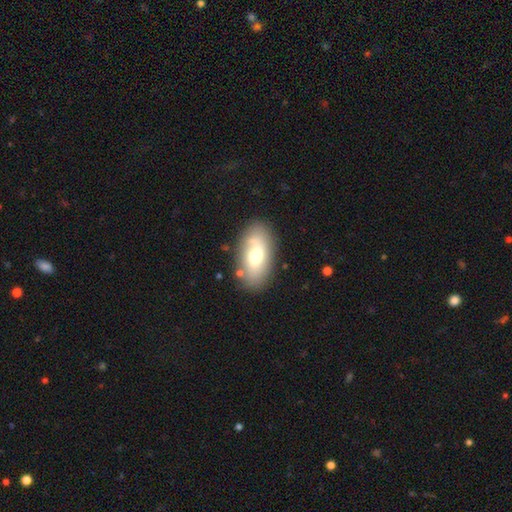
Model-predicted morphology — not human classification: smooth-or-featured: smooth: 58% | featured or disk: 35% | star or artifact: 7%
  how-rounded: in between: 92% | round: 5% | cigar-shaped: 4%
  merging: none: 78% | minor disturbance: 14% | major disturbance: 4% | merger: 4%